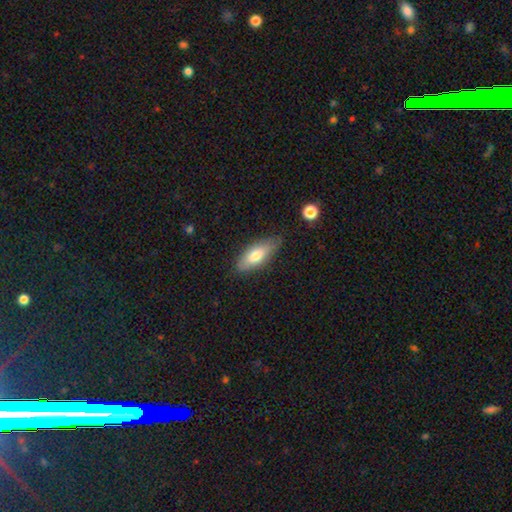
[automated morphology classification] This appears to be a smooth galaxy with no disk features (72%) that is in between round and cigar-shaped (73%). Merging: none (76%).